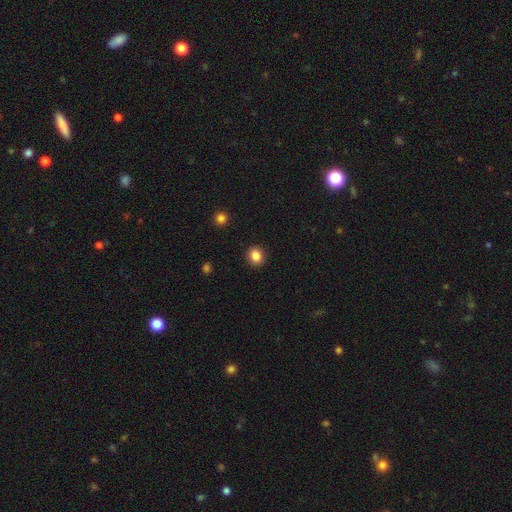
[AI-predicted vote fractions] Smooth or featured? Predicted: smooth (p=0.86). How rounded? Predicted: round (p=0.78). Merging? Predicted: none (p=0.92).